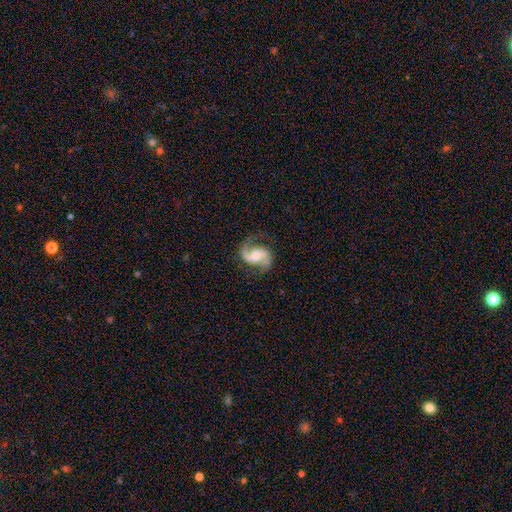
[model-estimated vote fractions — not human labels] Smooth or featured?
  - featured or disk: 89% *
  - smooth: 6%
  - star or artifact: 5%
Edge-on disk?
  - no: 98% *
  - yes: 2%
Bar?
  - no: 44% *
  - weak: 43%
  - strong: 13%
Spiral arms?
  - yes: 98% *
  - no: 2%
Spiral winding?
  - medium: 47% *
  - loose: 43%
  - tight: 10%
Spiral arm count?
  - 2: 92% *
  - 1: 3%
  - can't tell: 2%
  - 3: 1%
  - 4: 1%
  - more than 4: 1%
Bulge size?
  - moderate: 52% *
  - small: 34%
  - large: 7%
  - none: 6%
  - dominant: 1%
Merging?
  - none: 76% *
  - minor disturbance: 15%
  - major disturbance: 8%
  - merger: 1%